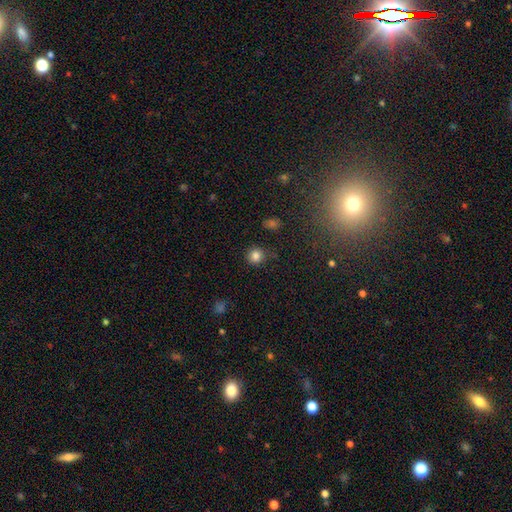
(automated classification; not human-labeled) Smooth or featured?
  - smooth: 83% *
  - star or artifact: 12%
  - featured or disk: 5%
How rounded?
  - round: 90% *
  - in between: 9%
  - cigar-shaped: 1%
Merging?
  - none: 81% *
  - minor disturbance: 13%
  - major disturbance: 3%
  - merger: 2%